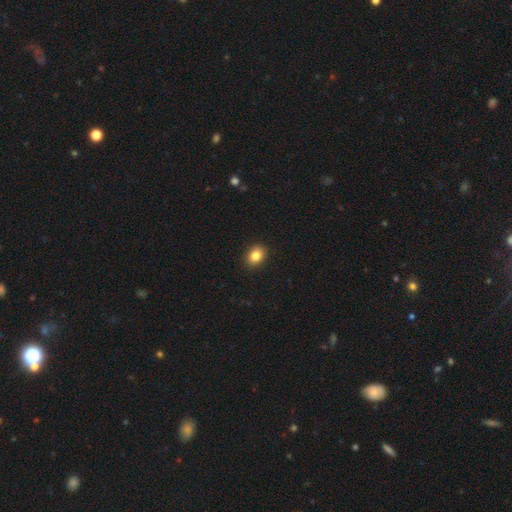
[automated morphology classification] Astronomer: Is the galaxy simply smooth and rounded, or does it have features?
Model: smooth — 85%.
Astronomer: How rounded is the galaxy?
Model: in between — 58% (runner-up: round, 41%).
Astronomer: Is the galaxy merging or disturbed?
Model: none — 91%.